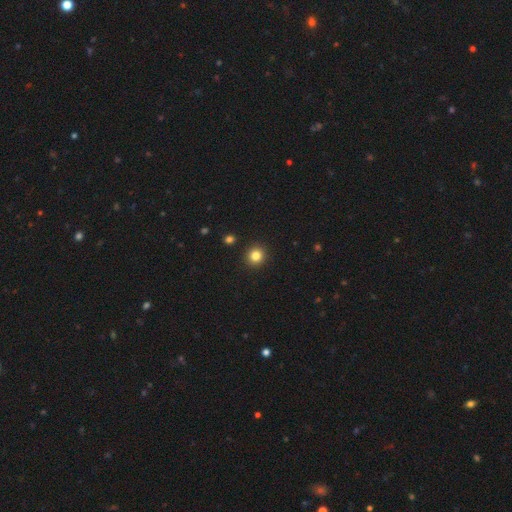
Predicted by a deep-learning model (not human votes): A smooth galaxy with no disk features (83%) that is round (92%).

Vote fractions:
- Smooth or featured? smooth: 83% / star or artifact: 12% / featured or disk: 5%
- How rounded? round: 92% / in between: 7% / cigar-shaped: 1%
- Merging? none: 92% / minor disturbance: 5% / major disturbance: 2% / merger: 1%